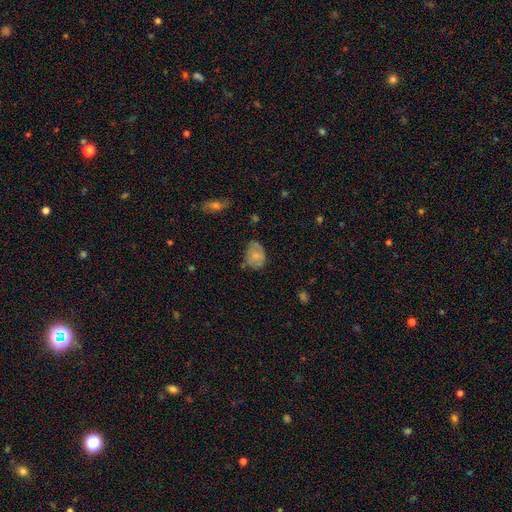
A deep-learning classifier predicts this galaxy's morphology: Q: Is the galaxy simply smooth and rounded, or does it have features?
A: smooth — 67%.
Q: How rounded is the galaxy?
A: in between — 68%.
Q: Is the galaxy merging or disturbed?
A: none — 53%.